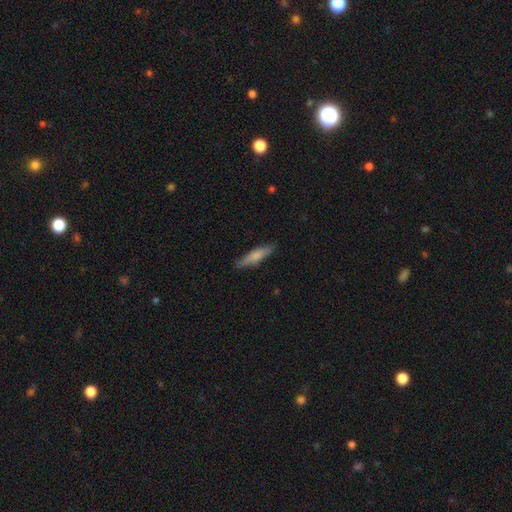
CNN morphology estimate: A smooth galaxy with no disk features (72%) that is cigar-shaped (80%).

Vote fractions:
- Smooth or featured? smooth: 72% / featured or disk: 23% / star or artifact: 6%
- How rounded? cigar-shaped: 80% / in between: 19% / round: 2%
- Merging? none: 86% / minor disturbance: 11% / major disturbance: 2% / merger: 1%